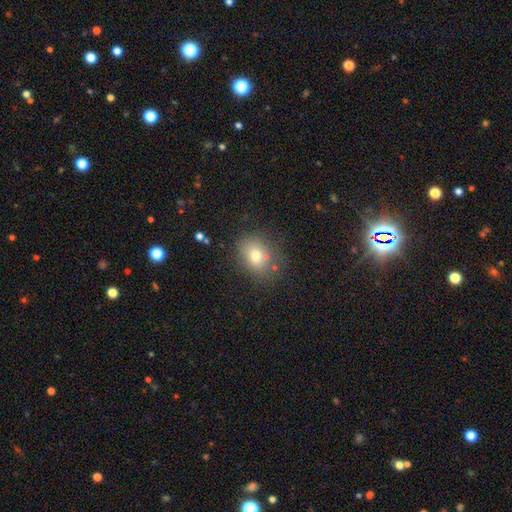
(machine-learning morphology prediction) Q: Smooth or featured?
A: smooth (74%); runner-up: featured or disk (13%)
Q: How rounded?
A: in between (56%); runner-up: round (43%)
Q: Merging?
A: none (70%); runner-up: minor disturbance (17%)